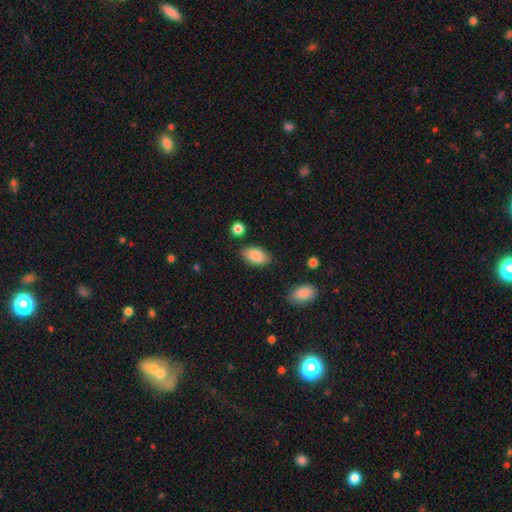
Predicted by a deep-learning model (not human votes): This is clearly a smooth galaxy (86%). How rounded: clearly in between (93%). Merging: clearly none (82%).